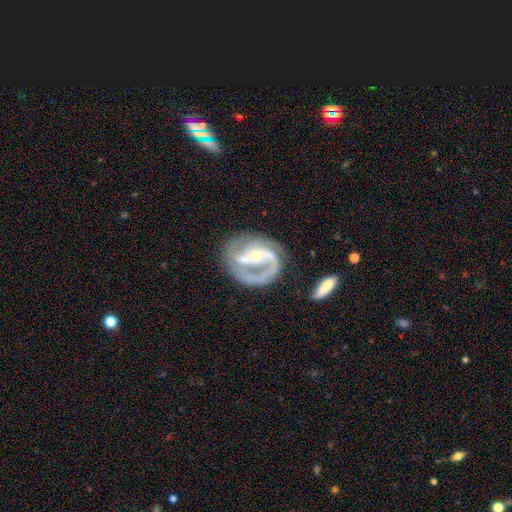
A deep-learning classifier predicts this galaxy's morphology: The model was most divided on "bar": strong: 36%, weak: 33%, no: 31%. More confident: edge-on disk — no (98%); spiral arms — yes (96%); smooth or featured — featured or disk (90%); spiral arm count — 2 (74%); bulge size — small (67%); merging — none (60%); spiral winding — medium (52%).